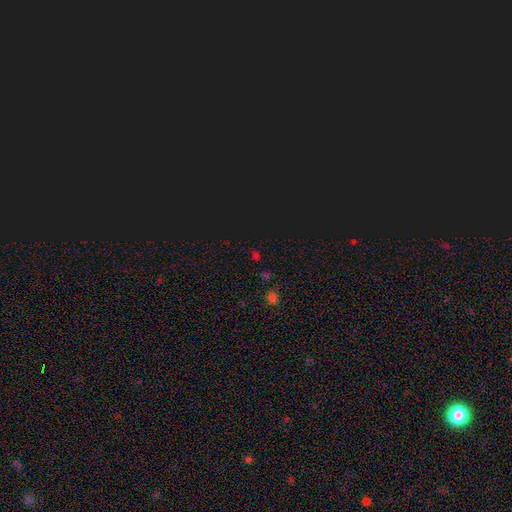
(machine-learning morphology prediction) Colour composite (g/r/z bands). It shows a star or artifact, not a galaxy (62%).